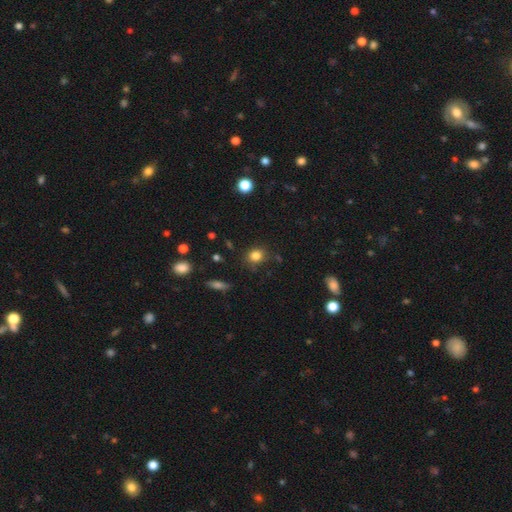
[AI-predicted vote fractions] This is clearly a smooth galaxy (82%). How rounded: likely round (65%). Merging: likely none (77%).